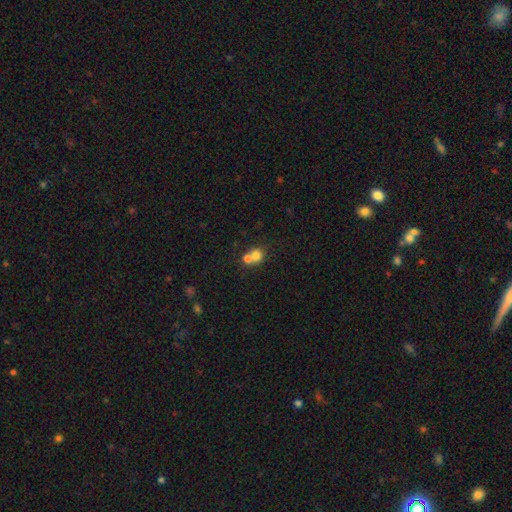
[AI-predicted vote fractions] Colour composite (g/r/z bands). It shows a smooth galaxy with no disk features (74%) that is round (78%). Merging: merger (59%).